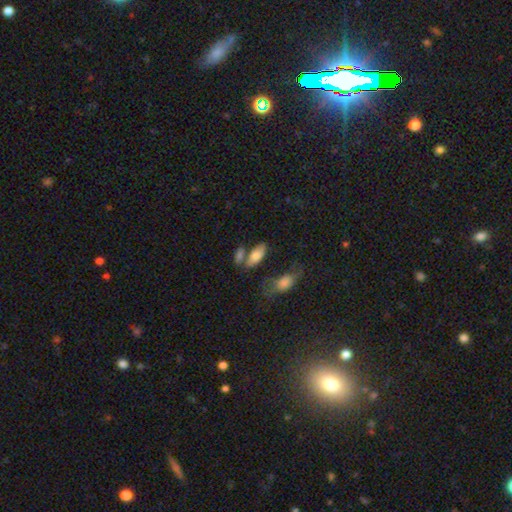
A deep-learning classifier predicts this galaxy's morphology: Smooth or featured: smooth — 78% (featured or disk — 14%)
How rounded: in between — 82% (cigar-shaped — 15%)
Merging: none — 51% (merger — 26%)